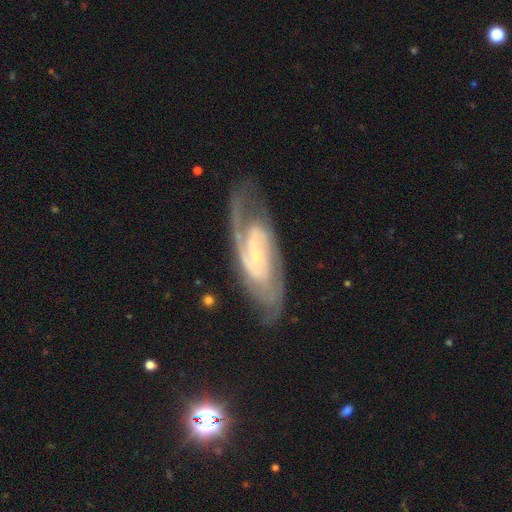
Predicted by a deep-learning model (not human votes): smooth-or-featured: featured or disk: 87% | smooth: 7% | star or artifact: 5%
  disk-edge-on: no: 92% | yes: 8%
    bar: no: 45% | weak: 38% | strong: 17%
    has-spiral-arms: yes: 96% | no: 4%
      spiral-winding: tight: 48% | medium: 41% | loose: 11%
      spiral-arm-count: 2: 59% | can't tell: 18% | 3: 12% | 1: 4% | 4: 4% | more than 4: 3%
    bulge-size: small: 78% | moderate: 15% | none: 4% | large: 2% | dominant: 1%
  merging: none: 71% | minor disturbance: 18% | major disturbance: 9% | merger: 2%